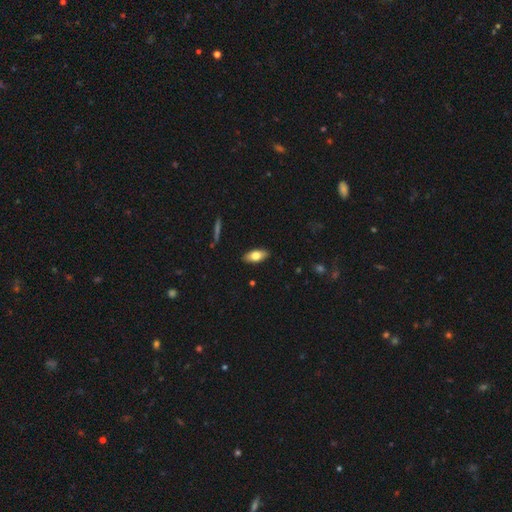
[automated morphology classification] Smooth or featured? Predicted: smooth (p=0.71). How rounded? Predicted: in between (p=0.86). Merging? Predicted: none (p=0.88).